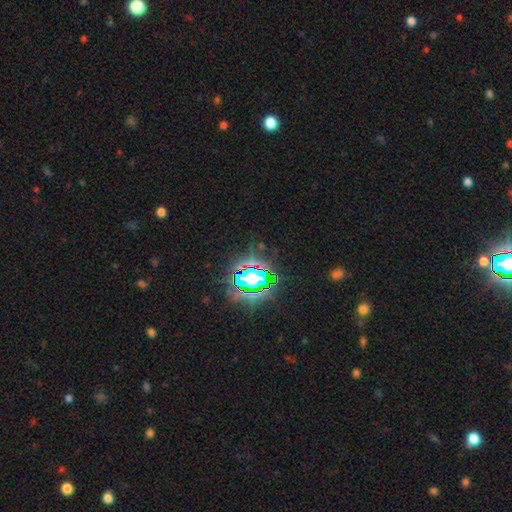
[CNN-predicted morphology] Smooth or featured? Predicted: star or artifact (p=0.80).